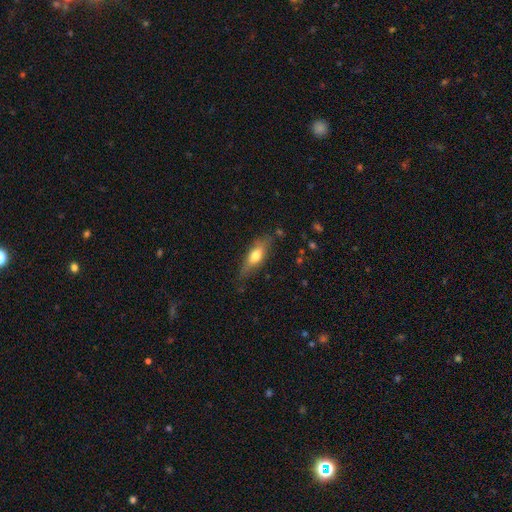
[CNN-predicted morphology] Smooth or featured: smooth — 63% (featured or disk — 30%)
How rounded: in between — 60% (cigar-shaped — 37%)
Merging: none — 71% (minor disturbance — 22%)